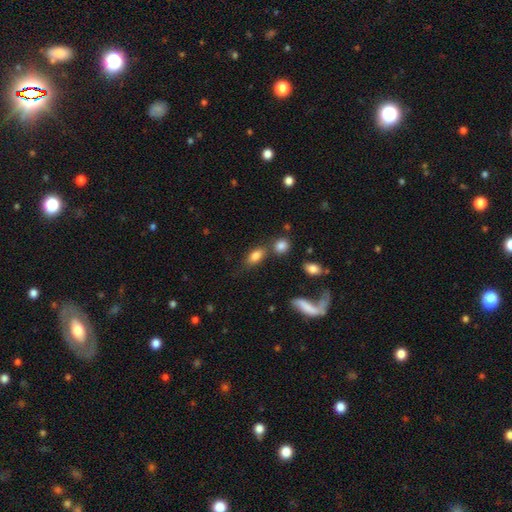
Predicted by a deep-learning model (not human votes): Morphology: type=smooth (83%); roundness=in between (85%); merging=none (63%).